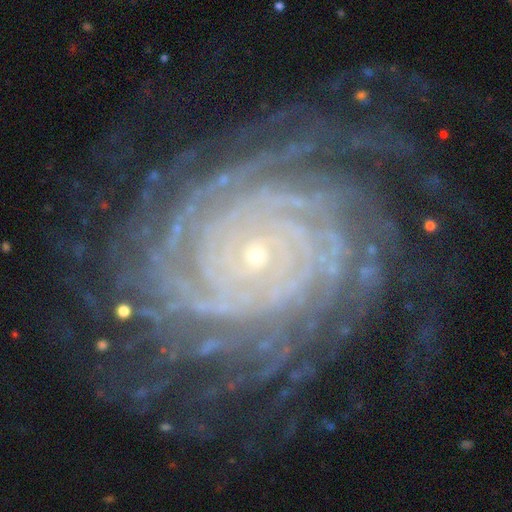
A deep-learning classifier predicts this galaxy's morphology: smooth-or-featured: featured or disk: 91% | star or artifact: 5% | smooth: 4%
  disk-edge-on: no: 97% | yes: 3%
    bar: no: 79% | weak: 13% | strong: 8%
    has-spiral-arms: yes: 99% | no: 1%
      spiral-winding: tight: 88% | medium: 10% | loose: 2%
      spiral-arm-count: more than 4: 41% | can't tell: 16% | 4: 15% | 3: 10% | 2: 10% | 1: 8%
    bulge-size: small: 87% | moderate: 9% | none: 1% | large: 1% | dominant: 1%
  merging: none: 79% | minor disturbance: 13% | major disturbance: 6% | merger: 1%